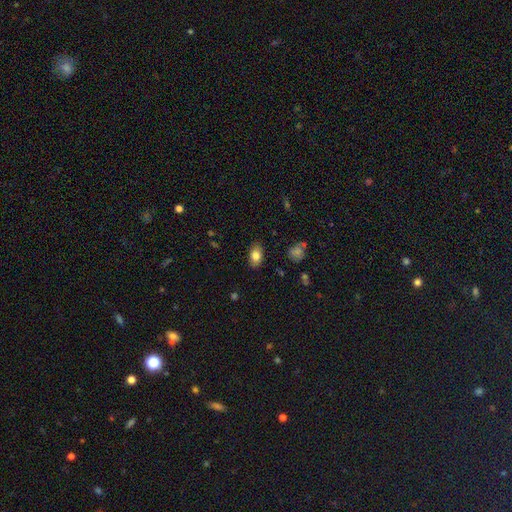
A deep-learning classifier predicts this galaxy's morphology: Smooth or featured? smooth (81%)
How rounded? in between (86%)
Merging? none (86%)